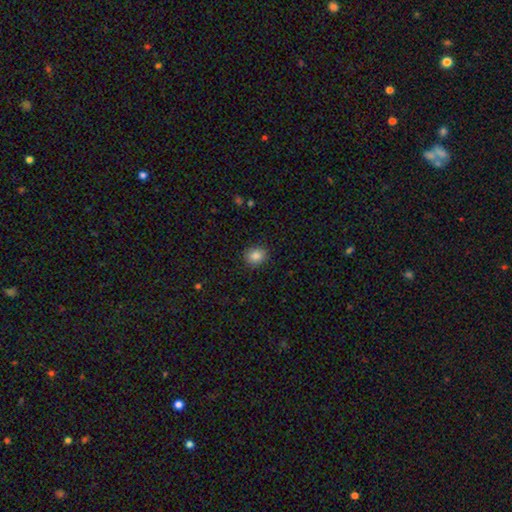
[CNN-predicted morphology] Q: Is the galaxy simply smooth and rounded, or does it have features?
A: smooth — 86%.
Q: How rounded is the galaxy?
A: round — 65%.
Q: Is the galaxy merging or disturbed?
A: none — 90%.